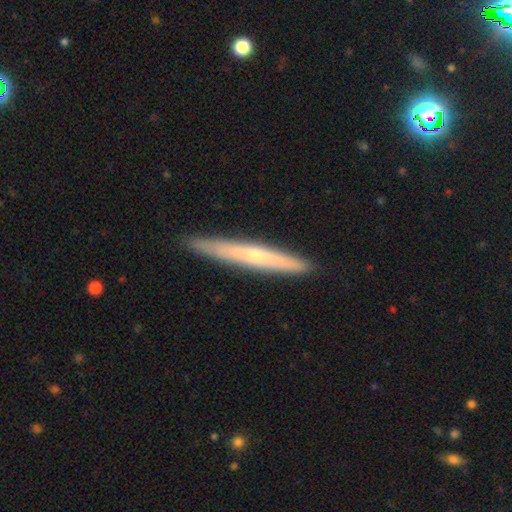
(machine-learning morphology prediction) smooth_or_featured: featured or disk (p=0.52) [alt: smooth p=0.42]
disk_edge_on: yes (p=0.93) [alt: no p=0.07]
merging: none (p=0.89) [alt: minor disturbance p=0.08]